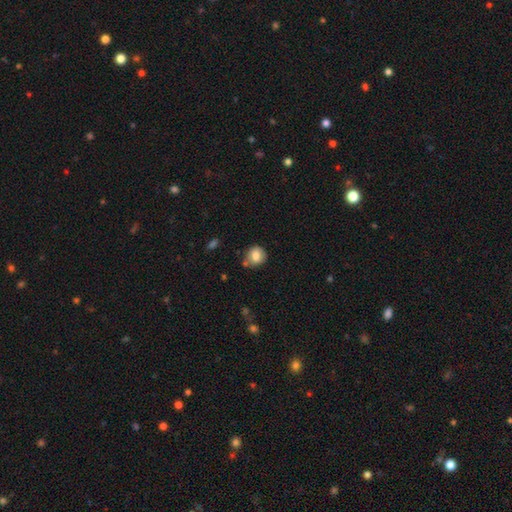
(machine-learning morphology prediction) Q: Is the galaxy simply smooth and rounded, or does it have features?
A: smooth — 79%.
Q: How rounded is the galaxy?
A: round — 81%.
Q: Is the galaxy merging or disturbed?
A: none — 71%.